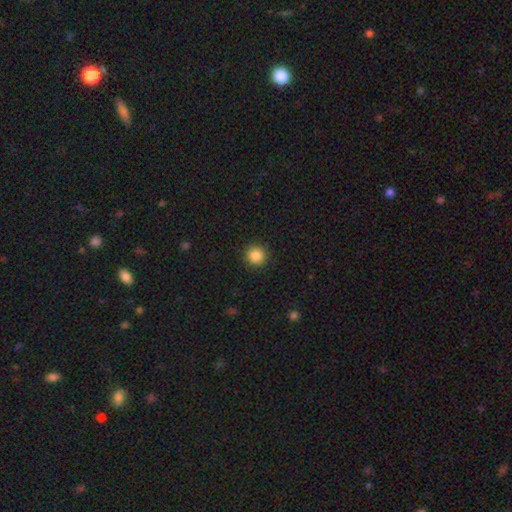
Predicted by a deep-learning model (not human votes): Q: Smooth or featured?
A: smooth (86%); runner-up: star or artifact (10%)
Q: How rounded?
A: round (95%); runner-up: in between (4%)
Q: Merging?
A: none (92%); runner-up: minor disturbance (5%)